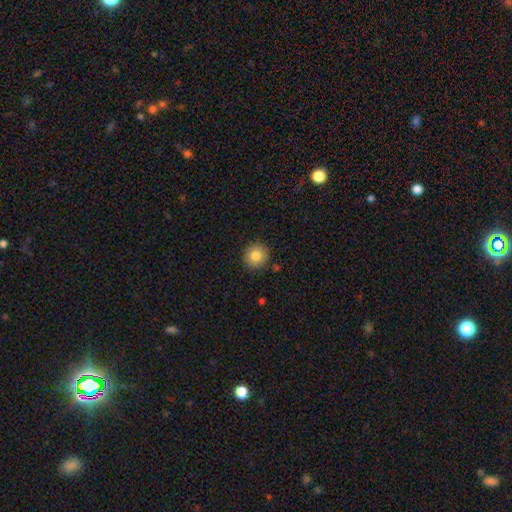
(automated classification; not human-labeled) Smooth or featured? Predicted: smooth (p=0.82). How rounded? Predicted: round (p=0.91). Merging? Predicted: none (p=0.90).